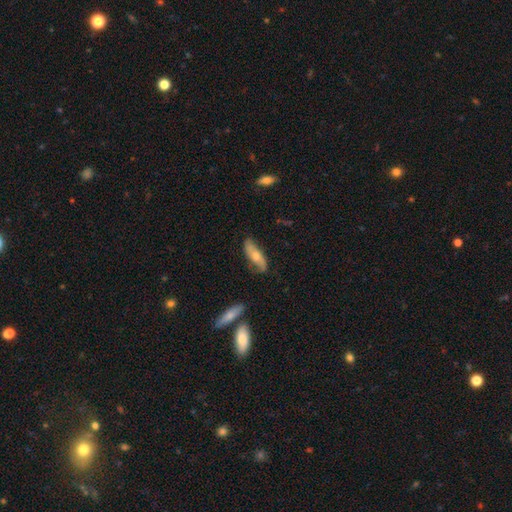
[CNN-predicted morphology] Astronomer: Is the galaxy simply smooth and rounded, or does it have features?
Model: smooth — 47%, tied with featured or disk at 47%.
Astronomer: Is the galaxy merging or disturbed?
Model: none — 71%.